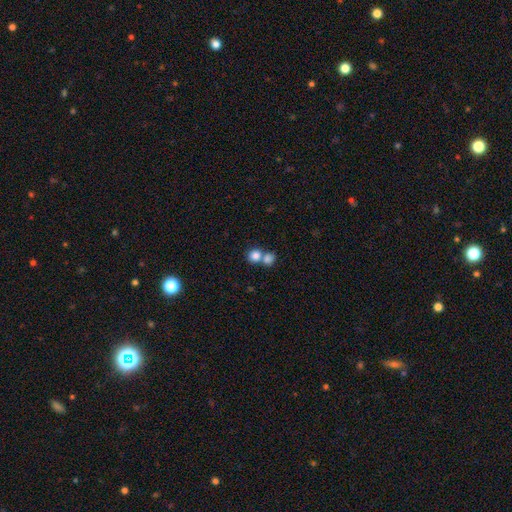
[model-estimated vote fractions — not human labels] smooth-or-featured: smooth: 82% | star or artifact: 9% | featured or disk: 8%
  how-rounded: round: 80% | in between: 19% | cigar-shaped: 1%
  merging: merger: 52% | none: 39% | minor disturbance: 6% | major disturbance: 3%